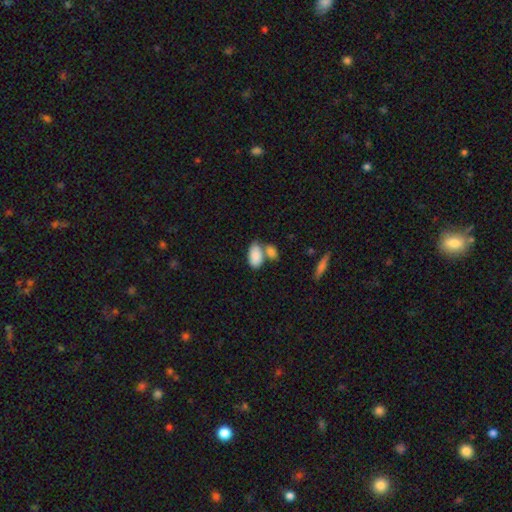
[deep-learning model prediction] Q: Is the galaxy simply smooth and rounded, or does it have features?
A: smooth — 86%.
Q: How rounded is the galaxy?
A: in between — 94%.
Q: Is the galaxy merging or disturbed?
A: merger — 43%.